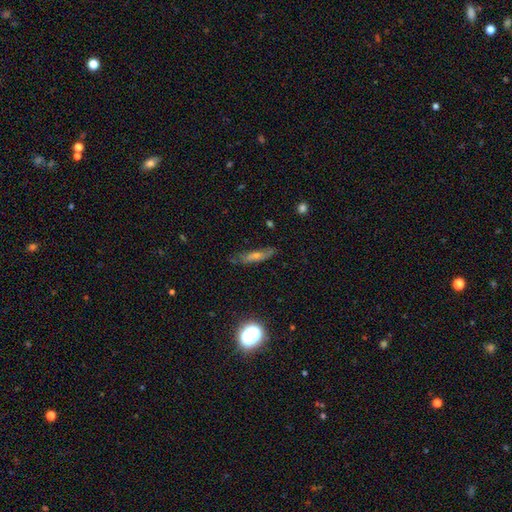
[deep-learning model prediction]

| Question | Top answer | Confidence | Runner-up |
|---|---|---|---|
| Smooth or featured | featured or disk | 43% | smooth (40%) |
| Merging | none | 74% | minor disturbance (19%) |